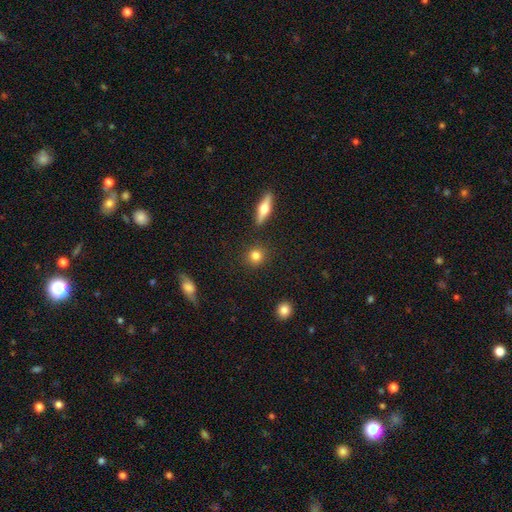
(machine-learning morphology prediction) type=smooth (83%); roundness=round (87%); merging=none (89%).